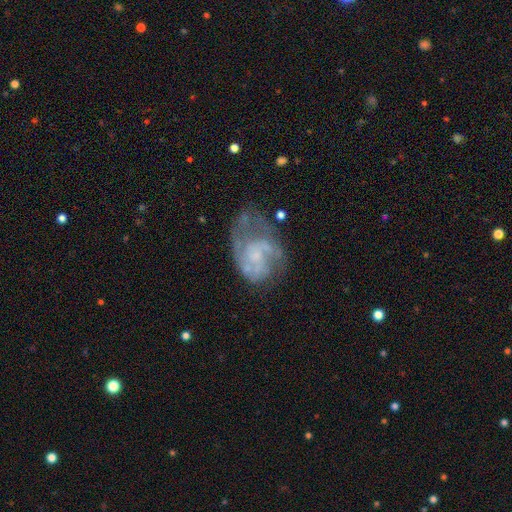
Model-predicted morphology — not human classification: Smooth or featured? featured or disk (77%)
Edge-on disk? no (98%)
Bar? no (70%)
Spiral arms? yes (83%)
Spiral winding? medium (45%)
Spiral arm count? 2 (45%)
Bulge size? small (45%)
Merging? none (42%)